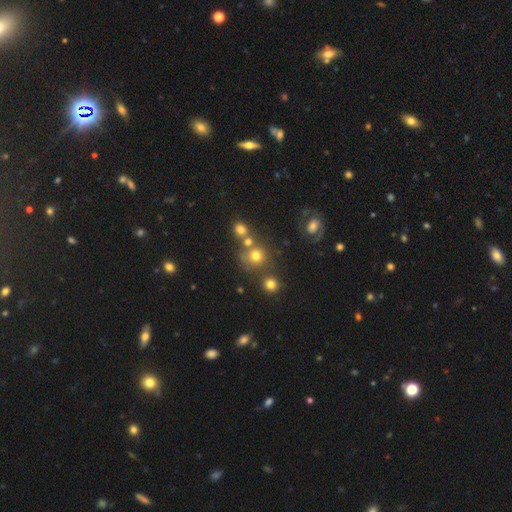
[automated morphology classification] Smooth or featured?
  - smooth: 69% *
  - star or artifact: 17%
  - featured or disk: 14%
How rounded?
  - round: 86% *
  - in between: 13%
  - cigar-shaped: 1%
Merging?
  - none: 57% *
  - merger: 26%
  - minor disturbance: 11%
  - major disturbance: 6%